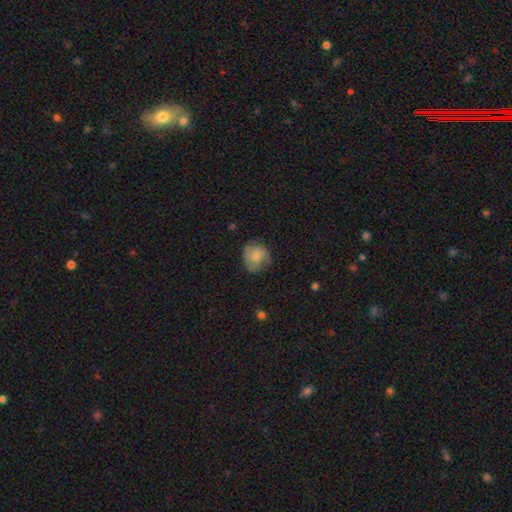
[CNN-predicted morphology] smooth 67%, featured or disk 26%, star or artifact 8%. Down the decision tree: how rounded — round (77%); merging — none (60%).